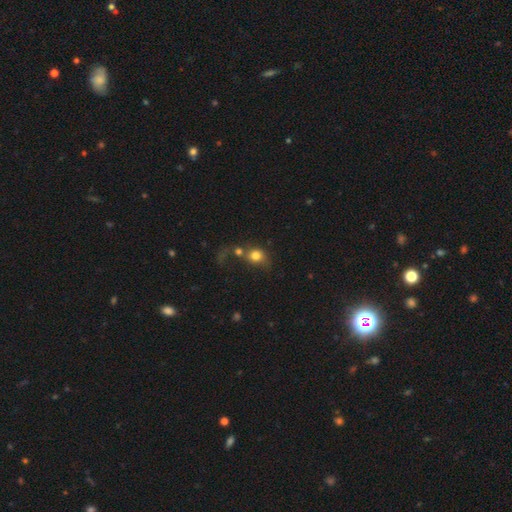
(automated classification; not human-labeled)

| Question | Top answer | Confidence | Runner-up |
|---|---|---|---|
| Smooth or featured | smooth | 75% | featured or disk (14%) |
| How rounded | round | 71% | in between (27%) |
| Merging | merger | 45% | none (26%) |